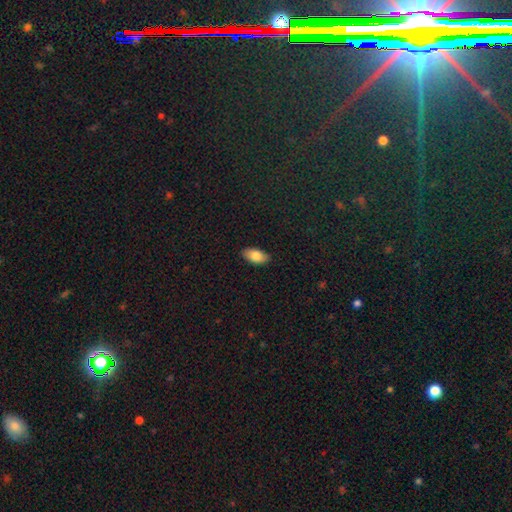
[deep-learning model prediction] A smooth galaxy with no disk features (82%) that is in between round and cigar-shaped (93%). Merging: none (88%).